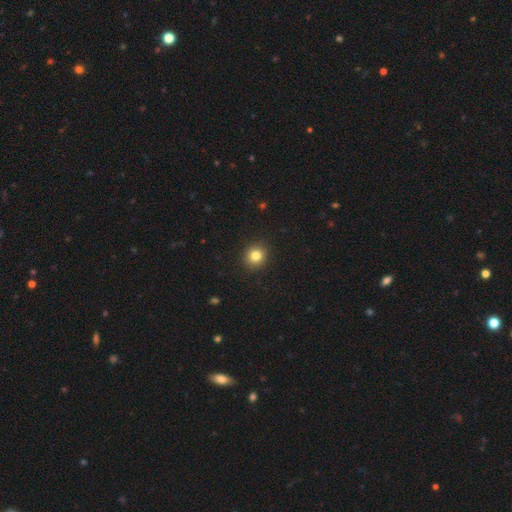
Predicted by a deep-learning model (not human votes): A smooth galaxy with no disk features (82%) that is round (87%). Merging: none (92%).